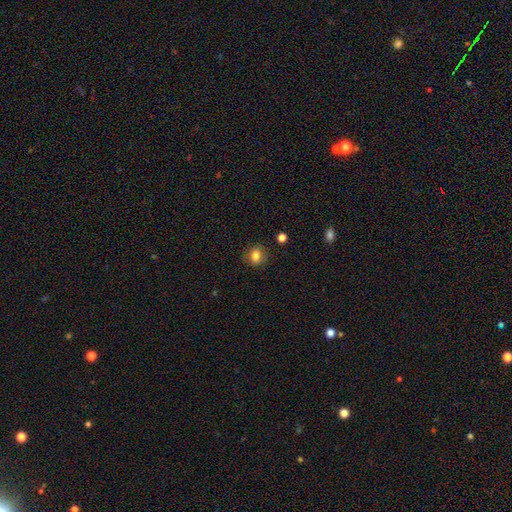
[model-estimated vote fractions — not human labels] A smooth galaxy with no disk features (82%) that is round (70%). Merging: none (86%).